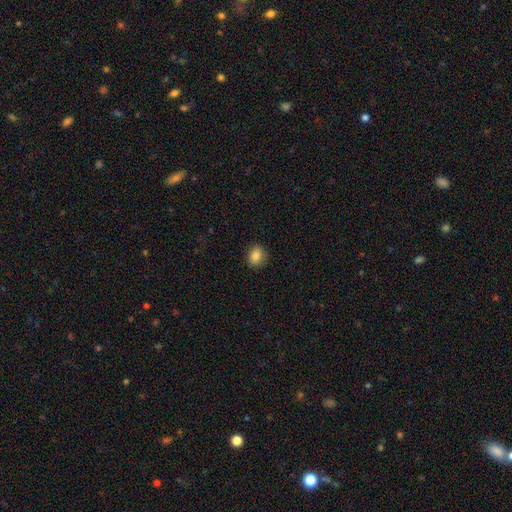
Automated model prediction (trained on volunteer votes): A smooth galaxy with no disk features (84%) that is round (54%). Merging: none (87%).